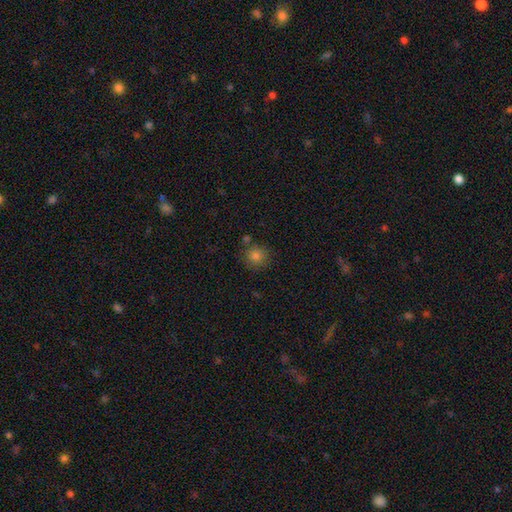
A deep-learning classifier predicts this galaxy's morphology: Smooth or featured? Predicted: smooth (p=0.81). How rounded? Predicted: round (p=0.90). Merging? Predicted: none (p=0.79).